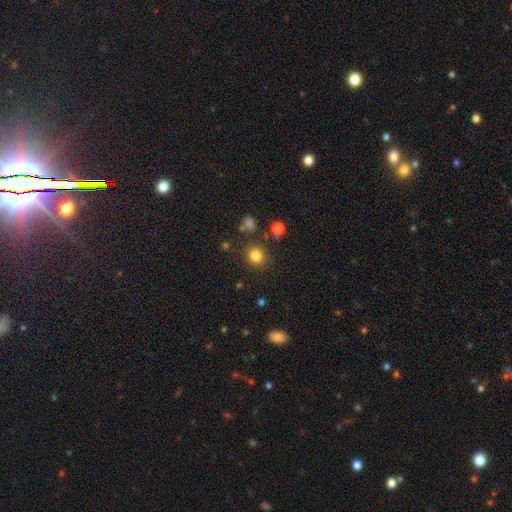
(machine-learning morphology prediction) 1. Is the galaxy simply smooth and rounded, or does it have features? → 82% smooth, 13% star or artifact, 5% featured or disk.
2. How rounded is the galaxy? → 81% round, 18% in between, 1% cigar-shaped.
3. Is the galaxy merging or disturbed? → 84% none, 9% minor disturbance, 4% merger, 3% major disturbance.